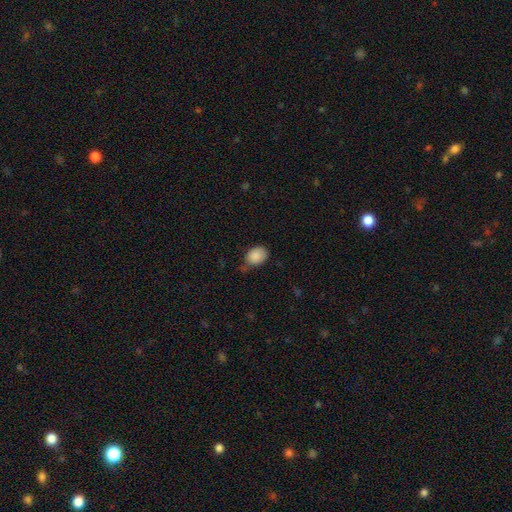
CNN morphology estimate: This is clearly a smooth galaxy (88%). How rounded: likely in between (64%). Merging: possibly none (59%).